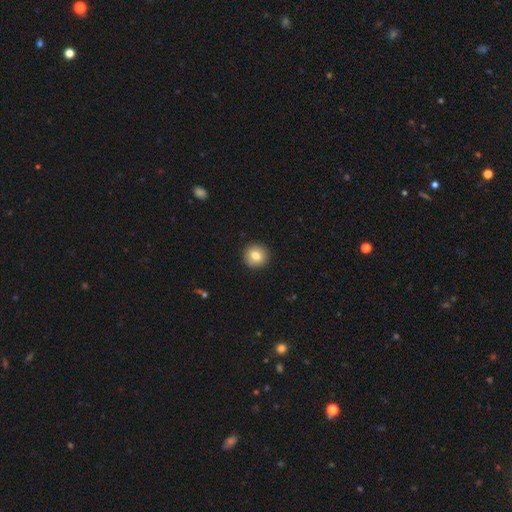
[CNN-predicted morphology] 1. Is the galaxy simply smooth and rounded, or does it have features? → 79% smooth, 12% featured or disk, 9% star or artifact.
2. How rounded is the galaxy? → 93% round, 6% in between, 1% cigar-shaped.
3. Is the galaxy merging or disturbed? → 91% none, 6% minor disturbance, 2% major disturbance, 1% merger.